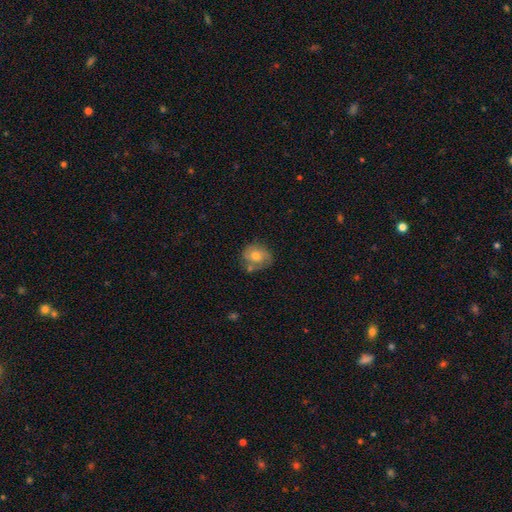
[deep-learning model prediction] Morphology: type=smooth (61%); roundness=round (65%); merging=none (57%).